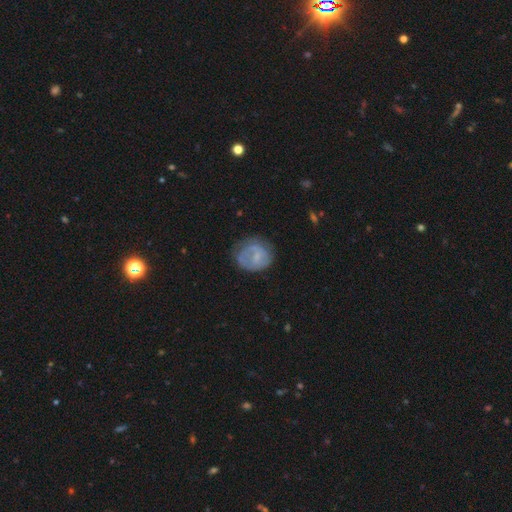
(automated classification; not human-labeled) smooth 53%, featured or disk 39%, star or artifact 8%. Down the decision tree: how rounded — round (71%); merging — none (51%).